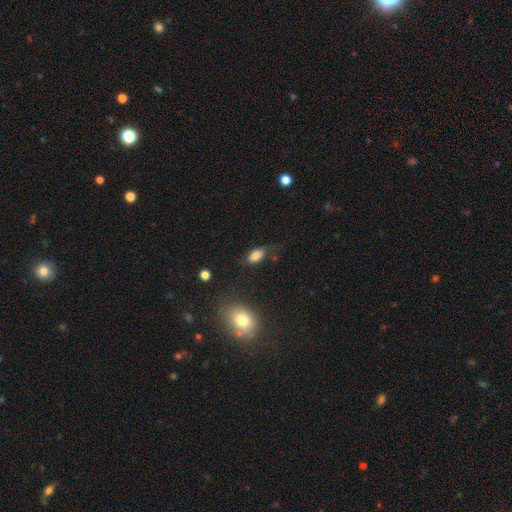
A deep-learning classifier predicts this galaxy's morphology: Smooth or featured?
  - smooth: 81% *
  - star or artifact: 10%
  - featured or disk: 9%
How rounded?
  - in between: 89% *
  - round: 7%
  - cigar-shaped: 3%
Merging?
  - none: 62% *
  - minor disturbance: 24%
  - major disturbance: 11%
  - merger: 3%